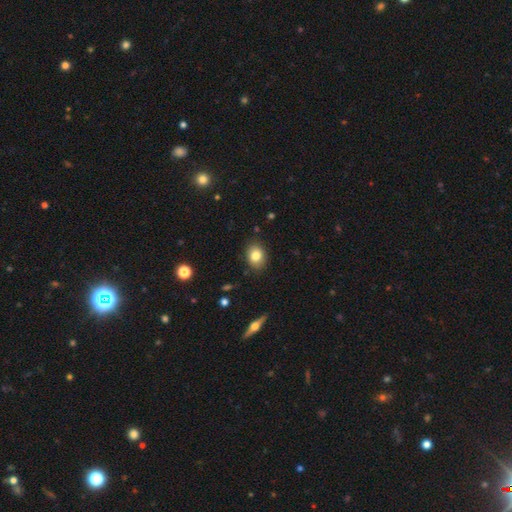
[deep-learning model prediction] Smooth or featured?
  - smooth: 81% *
  - featured or disk: 9%
  - star or artifact: 9%
How rounded?
  - in between: 59% *
  - round: 39%
  - cigar-shaped: 1%
Merging?
  - none: 86% *
  - minor disturbance: 10%
  - major disturbance: 2%
  - merger: 1%